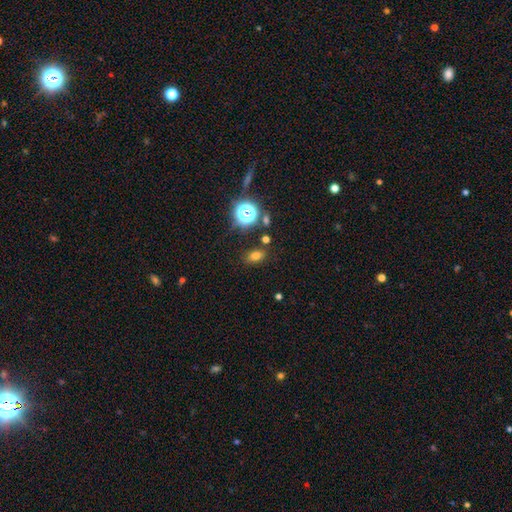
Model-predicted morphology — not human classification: smooth_or_featured: smooth (p=0.70) [alt: star or artifact p=0.22]
how_rounded: in between (p=0.75) [alt: round p=0.22]
merging: none (p=0.82) [alt: minor disturbance p=0.11]